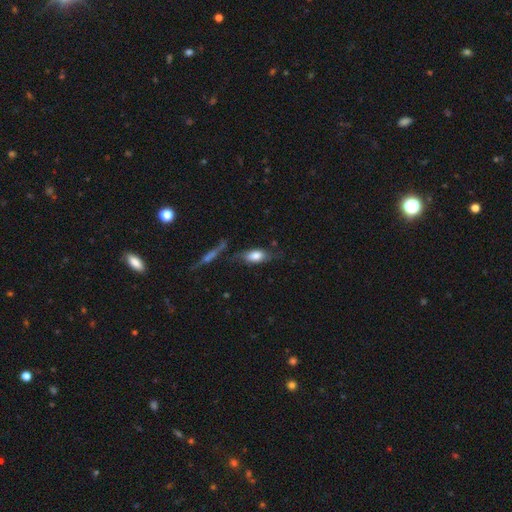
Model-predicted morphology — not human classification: smooth_or_featured: smooth (p=0.69) [alt: featured or disk p=0.23]
how_rounded: in between (p=0.83) [alt: cigar-shaped p=0.12]
merging: none (p=0.55) [alt: minor disturbance p=0.23]